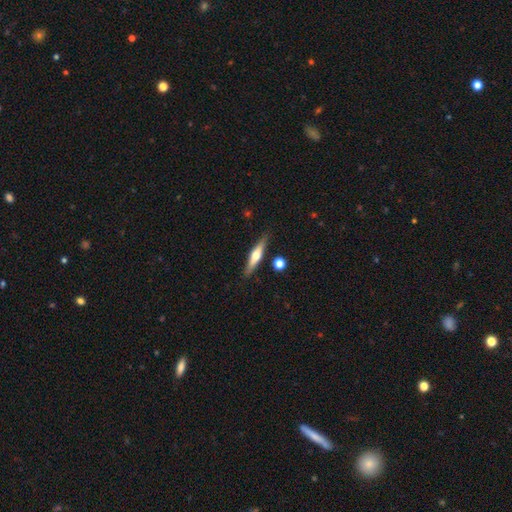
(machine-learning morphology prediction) Smooth or featured: featured or disk — 59% (smooth — 35%)
Edge-on disk: yes — 95% (no — 5%)
Edge-on bulge: rounded — 90% (boxy — 5%)
Merging: none — 85% (minor disturbance — 10%)